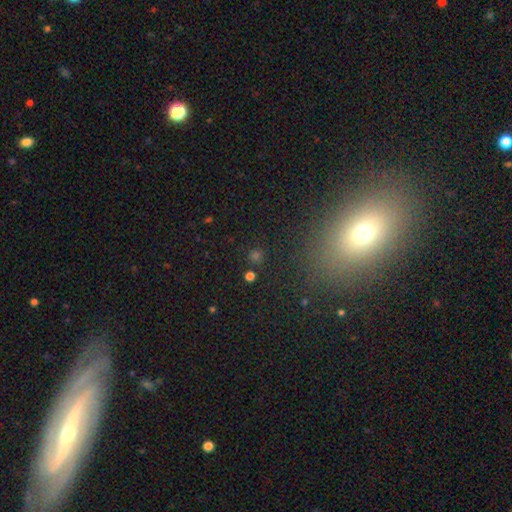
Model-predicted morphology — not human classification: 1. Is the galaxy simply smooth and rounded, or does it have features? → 53% smooth, 40% star or artifact, 8% featured or disk.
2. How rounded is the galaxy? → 86% round, 12% in between, 2% cigar-shaped.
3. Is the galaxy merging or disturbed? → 83% none, 8% minor disturbance, 5% merger, 4% major disturbance.